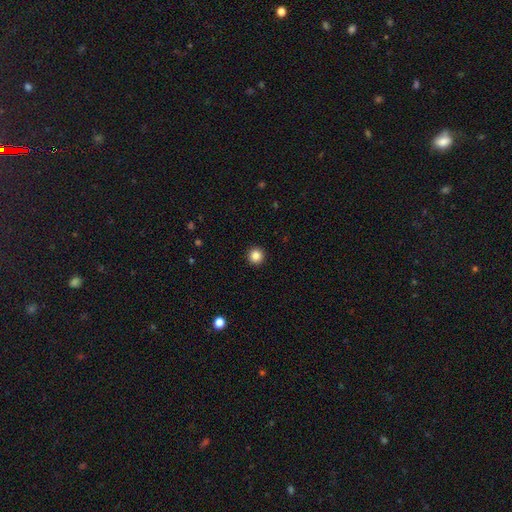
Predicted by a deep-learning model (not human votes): Overall: smooth (86%). How rounded: round (96%). Merging: none (94%).